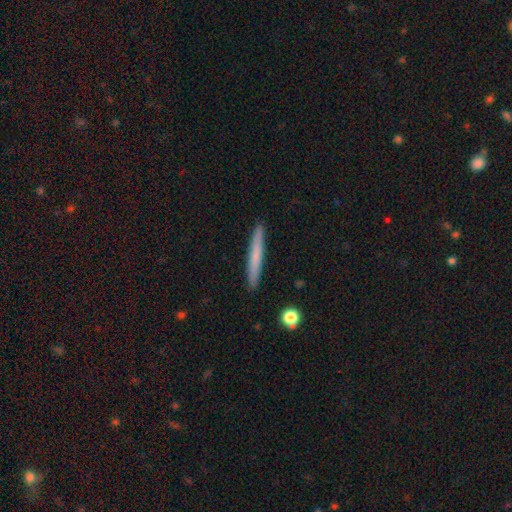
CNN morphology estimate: The model was most divided on "smooth or featured": smooth: 65%, featured or disk: 29%, star or artifact: 6%. More confident: how rounded — cigar-shaped (97%); merging — none (92%).